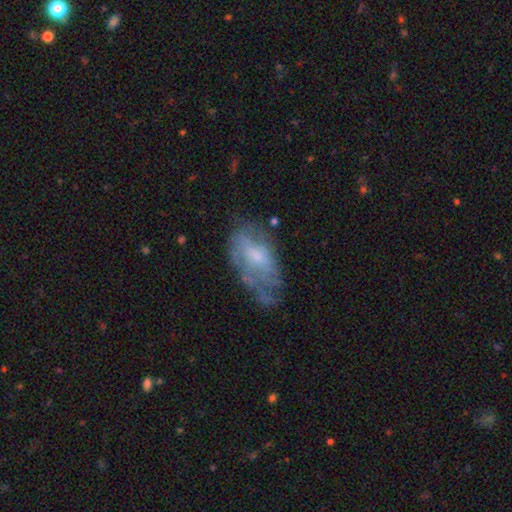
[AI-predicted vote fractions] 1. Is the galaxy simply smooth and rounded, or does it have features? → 55% featured or disk, 36% smooth, 8% star or artifact.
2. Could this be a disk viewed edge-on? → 93% no, 7% yes.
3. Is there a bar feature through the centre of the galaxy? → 68% no, 28% weak, 5% strong.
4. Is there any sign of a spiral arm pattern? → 52% no, 48% yes.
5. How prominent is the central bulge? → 48% small, 36% moderate, 12% none, 3% large, 1% dominant.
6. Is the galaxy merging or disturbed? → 44% none, 30% minor disturbance, 23% major disturbance, 4% merger.